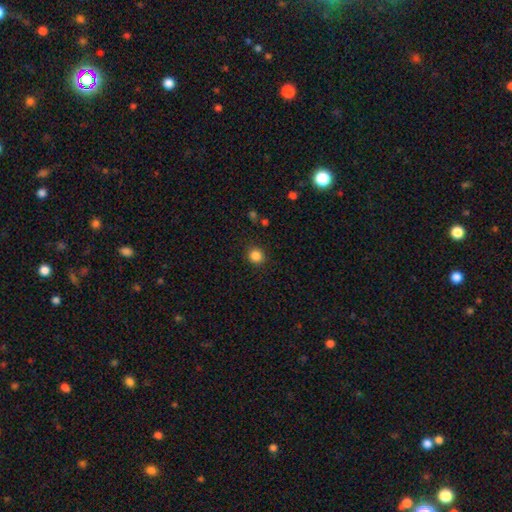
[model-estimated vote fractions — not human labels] Smooth or featured? Predicted: smooth (p=0.85). How rounded? Predicted: round (p=0.89). Merging? Predicted: none (p=0.90).